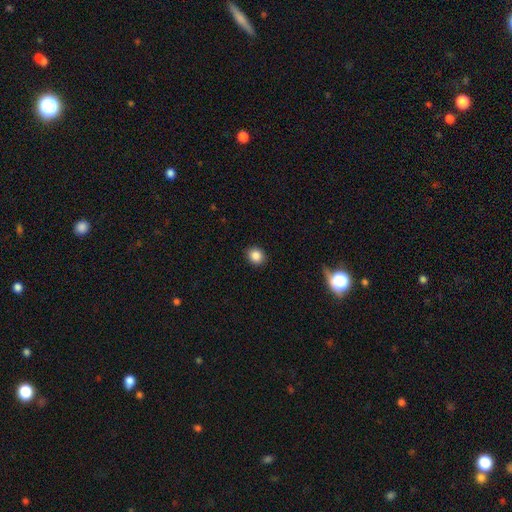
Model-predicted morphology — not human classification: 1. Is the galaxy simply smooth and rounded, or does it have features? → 87% smooth, 10% star or artifact, 4% featured or disk.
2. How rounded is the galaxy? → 76% round, 23% in between, 1% cigar-shaped.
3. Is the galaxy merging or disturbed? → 91% none, 6% minor disturbance, 2% major disturbance, 1% merger.